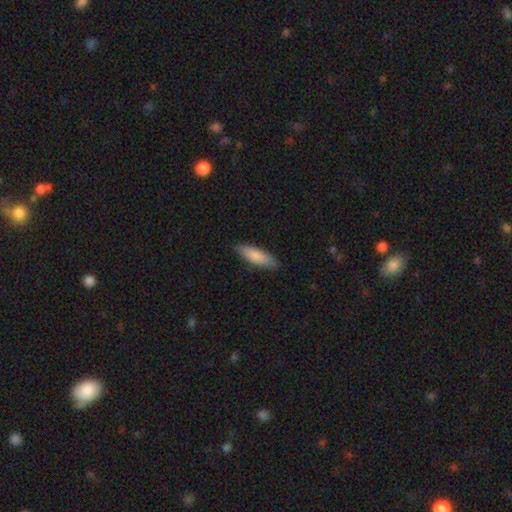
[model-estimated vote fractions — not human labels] Q: Smooth or featured?
A: smooth (83%); runner-up: featured or disk (12%)
Q: How rounded?
A: cigar-shaped (50%); runner-up: in between (48%)
Q: Merging?
A: none (86%); runner-up: minor disturbance (11%)